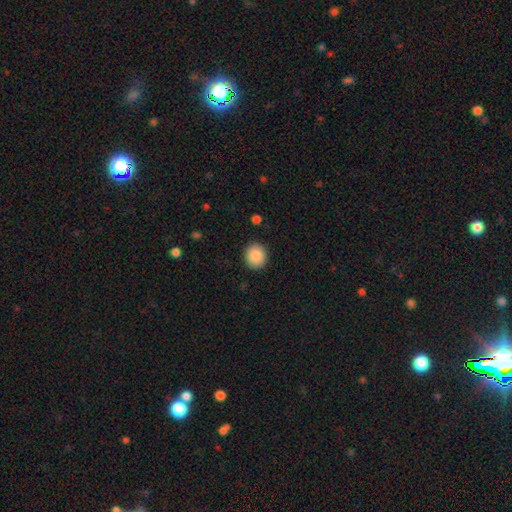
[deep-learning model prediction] Smooth or featured?
  - smooth: 88% *
  - star or artifact: 8%
  - featured or disk: 4%
How rounded?
  - round: 85% *
  - in between: 14%
  - cigar-shaped: 1%
Merging?
  - none: 91% *
  - minor disturbance: 6%
  - major disturbance: 2%
  - merger: 1%